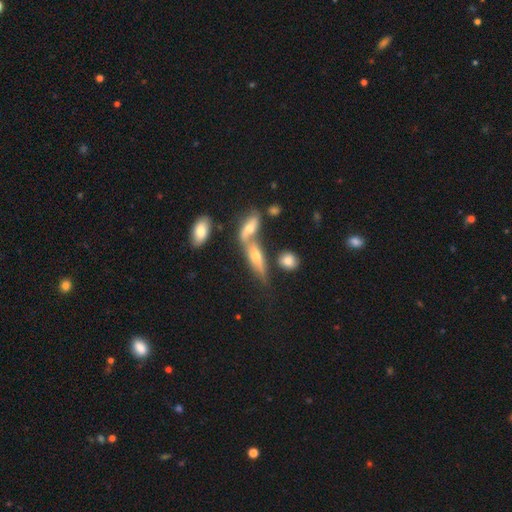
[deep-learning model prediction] Overall: featured or disk (50%; smooth 38%). Edge-on disk: yes (70%; no 30%). Merging: none (42%; merger 38%).